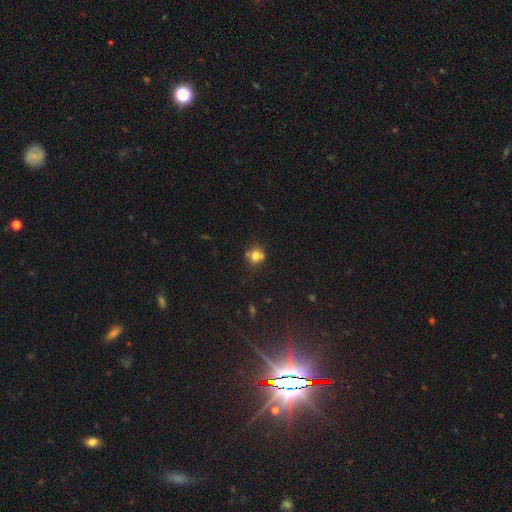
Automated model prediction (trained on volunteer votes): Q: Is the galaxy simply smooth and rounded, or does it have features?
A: smooth — 68%.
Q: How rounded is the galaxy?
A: round — 81%.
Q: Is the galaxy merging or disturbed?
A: none — 55%.